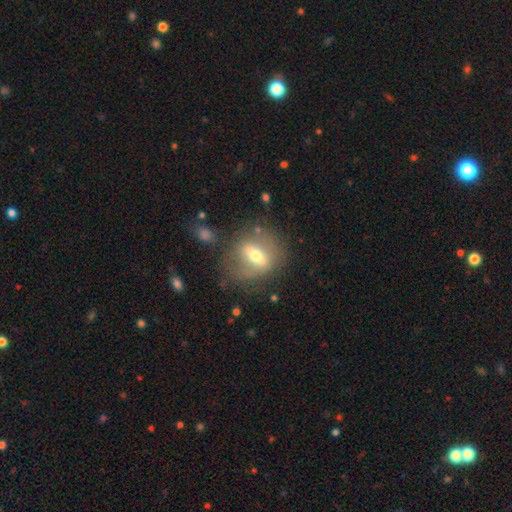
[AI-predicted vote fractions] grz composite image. It shows a featured or disk galaxy (58%). Merging: none (69%).